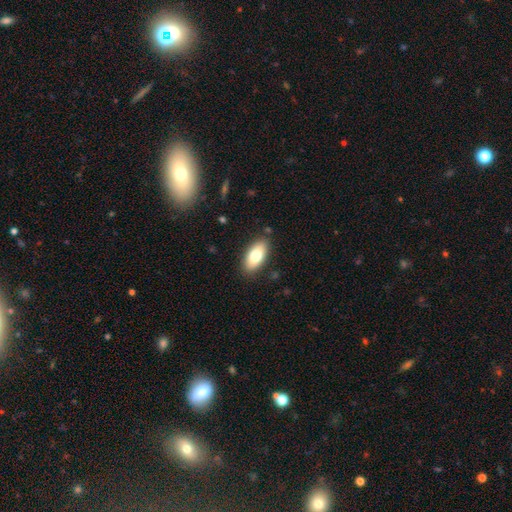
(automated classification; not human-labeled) smooth-or-featured: smooth: 78% | featured or disk: 16% | star or artifact: 7%
  how-rounded: in between: 91% | cigar-shaped: 6% | round: 3%
  merging: none: 86% | minor disturbance: 11% | major disturbance: 2% | merger: 1%